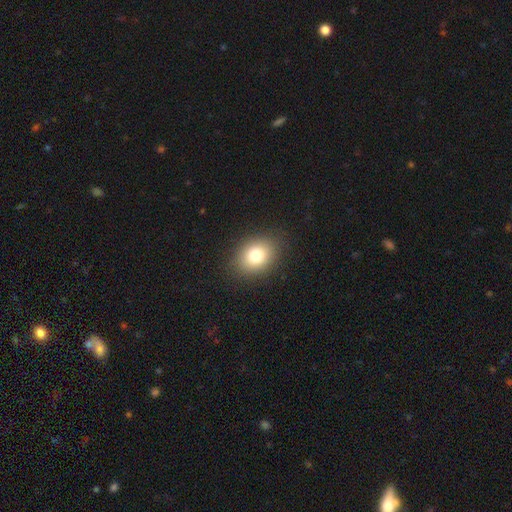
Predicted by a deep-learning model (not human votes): Smooth or featured? smooth (78%)
How rounded? in between (60%)
Merging? none (88%)